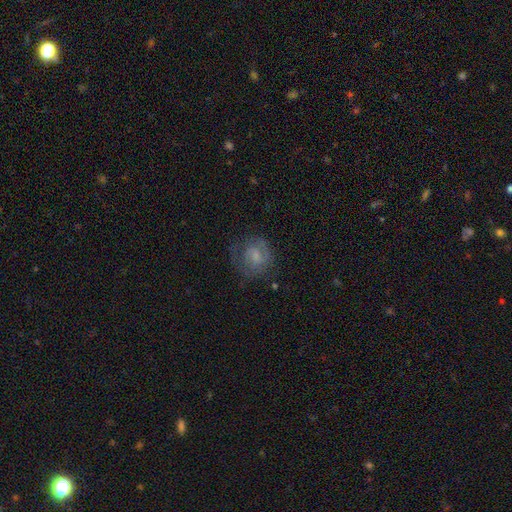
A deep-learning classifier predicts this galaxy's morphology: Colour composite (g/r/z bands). It shows a featured or disk galaxy (49%). Merging: none (63%).